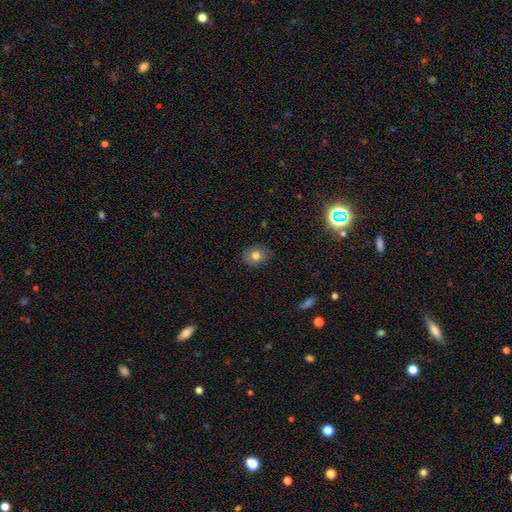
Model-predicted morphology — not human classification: A smooth galaxy with no disk features (76%) that is round (62%).

Vote fractions:
- Smooth or featured? smooth: 76% / featured or disk: 12% / star or artifact: 12%
- How rounded? round: 62% / in between: 37% / cigar-shaped: 1%
- Merging? none: 87% / minor disturbance: 10% / major disturbance: 2% / merger: 1%